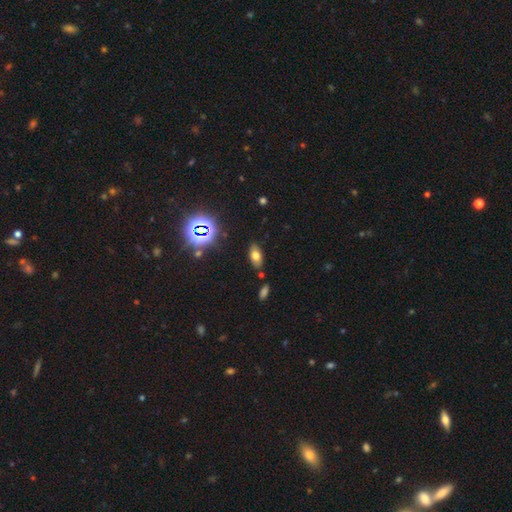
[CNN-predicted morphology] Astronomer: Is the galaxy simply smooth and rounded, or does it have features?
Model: smooth — 64%.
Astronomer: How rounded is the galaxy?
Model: in between — 88%.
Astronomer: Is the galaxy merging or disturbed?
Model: none — 81%.